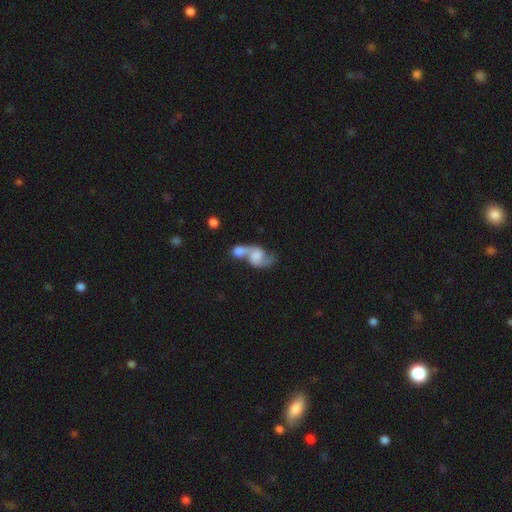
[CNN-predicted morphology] This appears to be a featured or disk galaxy (65%) with no bar (57%), 2 (86%) loose (60%) spiral arms (88%) and no central bulge (34%). Merging: merger (67%).